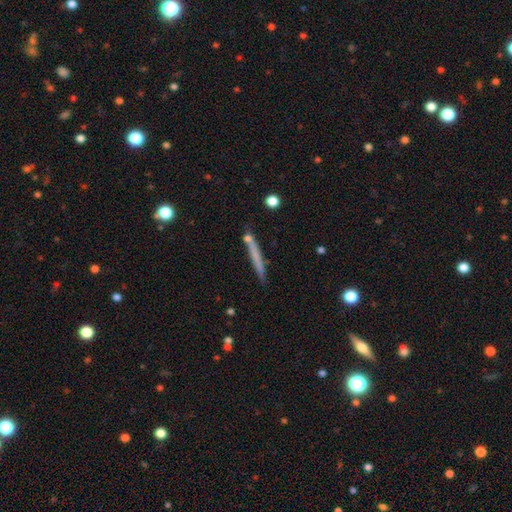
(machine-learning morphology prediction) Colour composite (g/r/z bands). It shows a smooth galaxy with no disk features (59%) that is cigar-shaped (96%). Merging: none (80%).